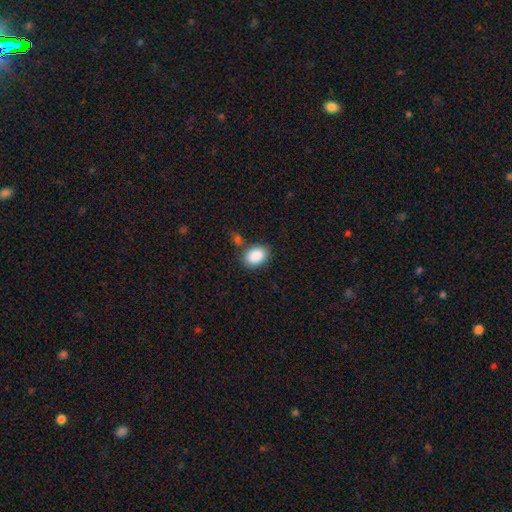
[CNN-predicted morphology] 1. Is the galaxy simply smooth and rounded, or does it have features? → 89% smooth, 7% star or artifact, 4% featured or disk.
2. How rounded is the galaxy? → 80% in between, 19% round, 1% cigar-shaped.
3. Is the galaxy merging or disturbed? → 75% none, 14% minor disturbance, 7% merger, 4% major disturbance.